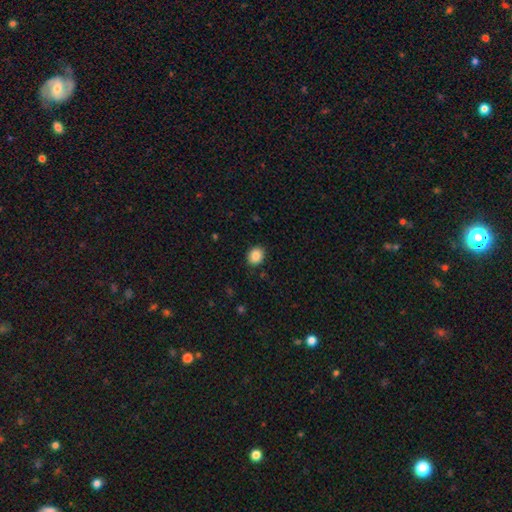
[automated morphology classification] type=smooth (87%); roundness=round (55%); merging=none (88%).